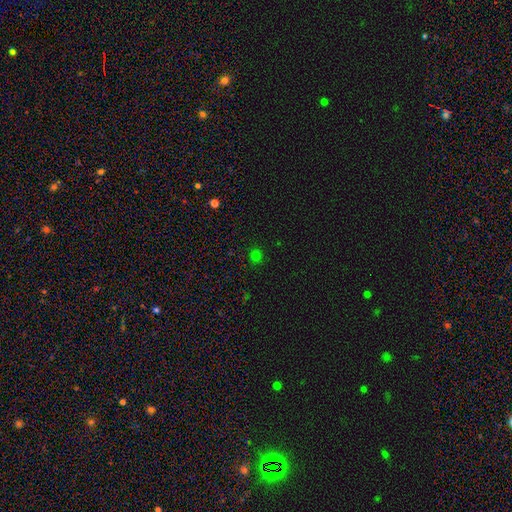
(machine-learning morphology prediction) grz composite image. It shows a smooth galaxy with no disk features (74%) that is round (90%). Merging: none (91%).